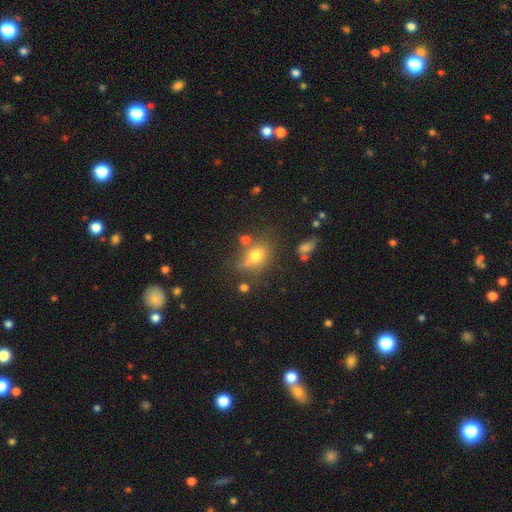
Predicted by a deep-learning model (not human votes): Smooth or featured?
  - smooth: 72% *
  - star or artifact: 15%
  - featured or disk: 13%
How rounded?
  - round: 56% *
  - in between: 42%
  - cigar-shaped: 2%
Merging?
  - none: 57% *
  - minor disturbance: 19%
  - merger: 15%
  - major disturbance: 9%